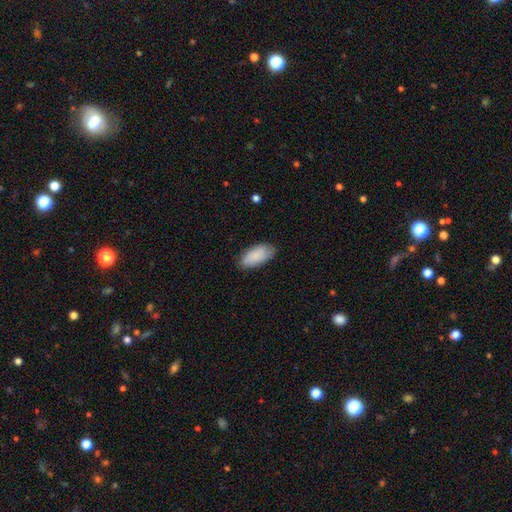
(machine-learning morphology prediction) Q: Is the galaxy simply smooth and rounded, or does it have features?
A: smooth — 87%.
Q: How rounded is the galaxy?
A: in between — 92%.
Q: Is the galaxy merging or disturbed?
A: none — 81%.